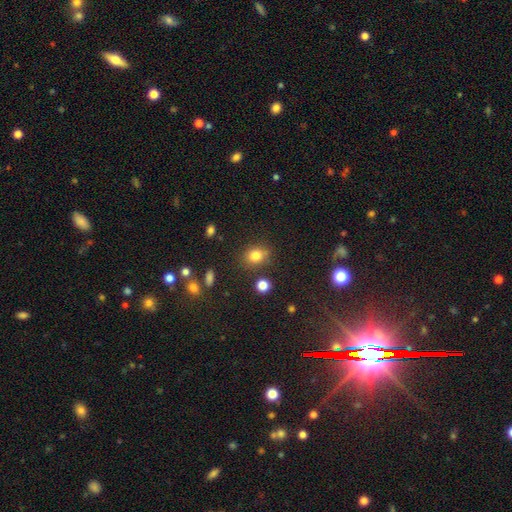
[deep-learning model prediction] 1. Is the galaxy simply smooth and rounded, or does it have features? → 80% smooth, 13% star or artifact, 7% featured or disk.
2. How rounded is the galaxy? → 54% round, 44% in between, 1% cigar-shaped.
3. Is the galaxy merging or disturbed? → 76% none, 14% minor disturbance, 6% merger, 4% major disturbance.